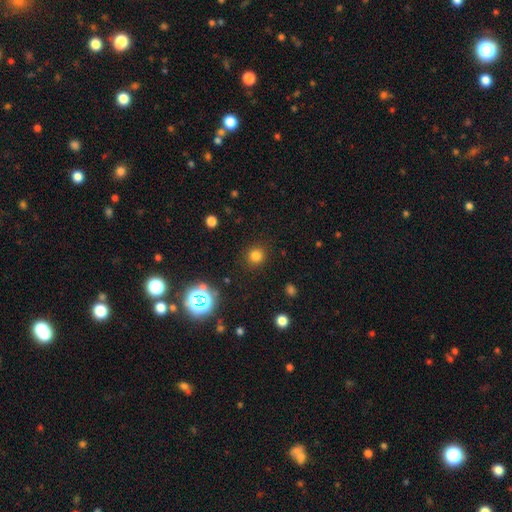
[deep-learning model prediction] Smooth or featured?
  - smooth: 77% *
  - star or artifact: 18%
  - featured or disk: 5%
How rounded?
  - round: 91% *
  - in between: 8%
  - cigar-shaped: 1%
Merging?
  - none: 89% *
  - minor disturbance: 6%
  - major disturbance: 3%
  - merger: 1%